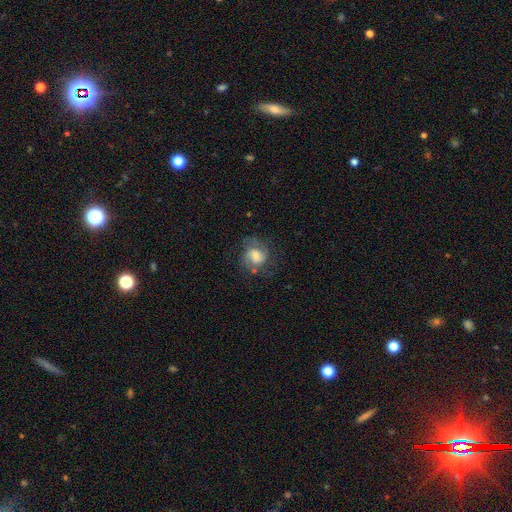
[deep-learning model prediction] featured or disk 70%, smooth 22%, star or artifact 8%. Down the decision tree: edge-on disk — no (98%); bar — weak (45%, tied with no); spiral arms — yes (92%); spiral arm count — 2 (73%); spiral winding — medium (49%); bulge size — moderate (43%); merging — none (66%).